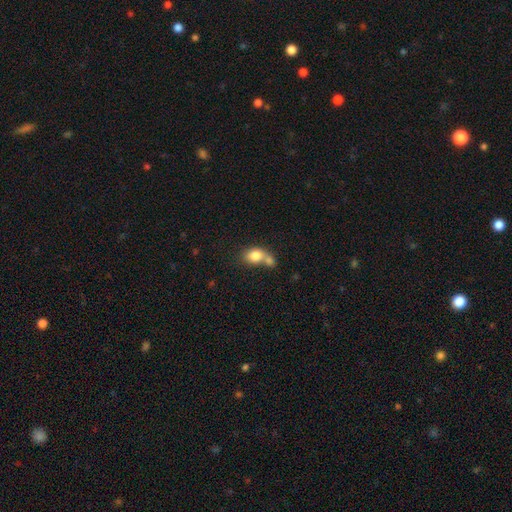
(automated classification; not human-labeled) smooth_or_featured: smooth (p=0.78) [alt: featured or disk p=0.13]
how_rounded: in between (p=0.58) [alt: round p=0.40]
merging: merger (p=0.61) [alt: none p=0.23]